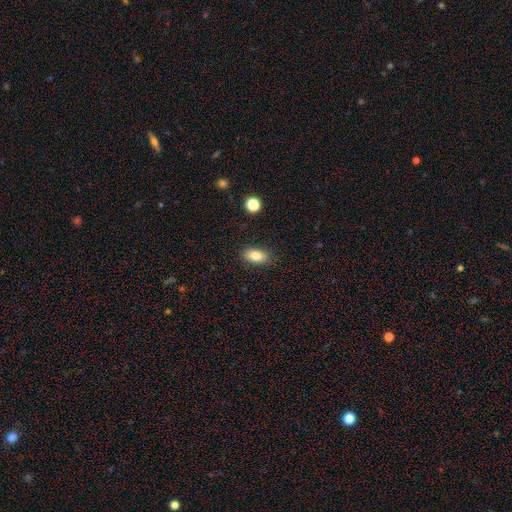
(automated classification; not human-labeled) This is clearly a smooth galaxy (82%). How rounded: clearly in between (90%). Merging: clearly none (87%).